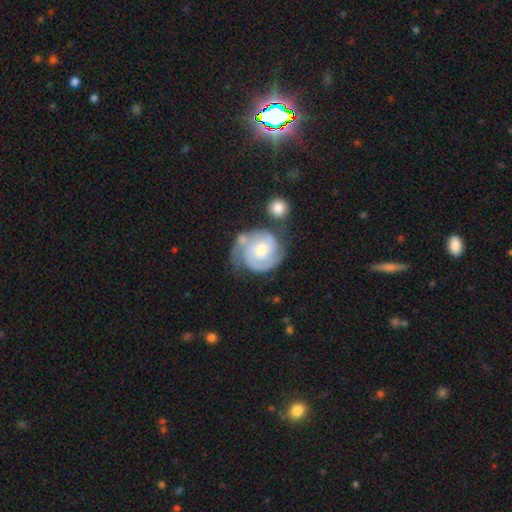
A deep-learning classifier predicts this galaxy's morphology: Smooth or featured: featured or disk — 81% (smooth — 14%)
Edge-on disk: no — 98% (yes — 2%)
Bar: no — 66% (weak — 29%)
Spiral arms: yes — 95% (no — 5%)
Spiral winding: tight — 59% (medium — 34%)
Spiral arm count: 2 — 66% (can't tell — 13%)
Bulge size: moderate — 60% (small — 34%)
Merging: none — 57% (minor disturbance — 21%)